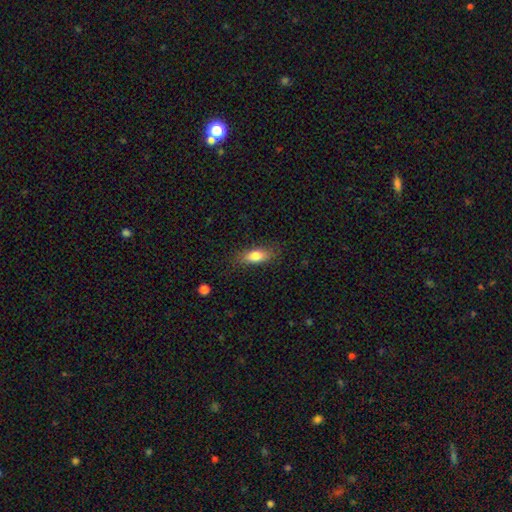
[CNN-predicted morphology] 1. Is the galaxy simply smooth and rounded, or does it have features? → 79% smooth, 14% featured or disk, 7% star or artifact.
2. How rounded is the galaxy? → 77% in between, 18% cigar-shaped, 4% round.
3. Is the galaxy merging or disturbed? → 79% none, 15% minor disturbance, 5% major disturbance, 1% merger.